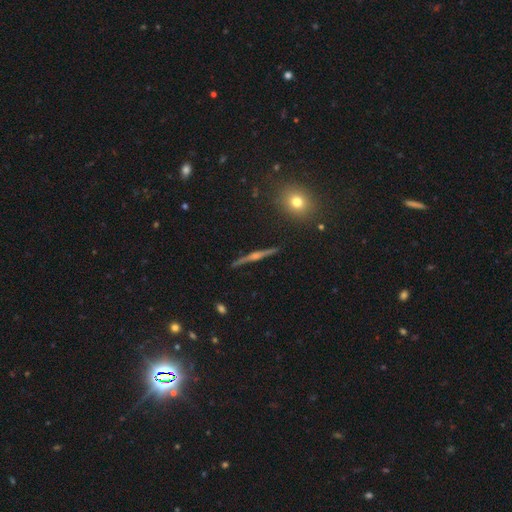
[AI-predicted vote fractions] A featured or disk galaxy (81%) viewed edge-on (98%) with a rounded central bulge (84%). Merging: none (91%).